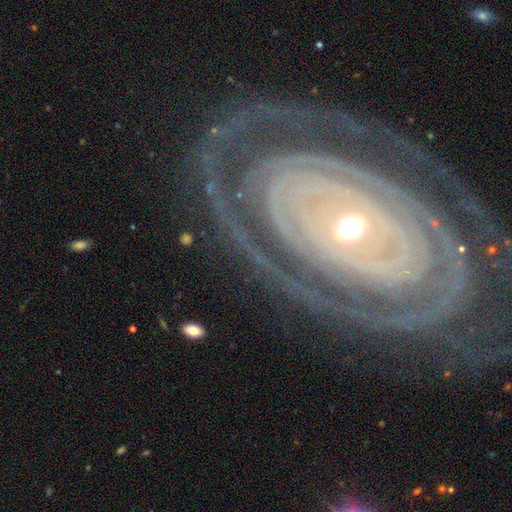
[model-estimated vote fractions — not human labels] A featured or disk galaxy (87%) with no bar (75%), tight (85%) spiral arms (87%) and a moderate central bulge (48%). Merging: none (78%).